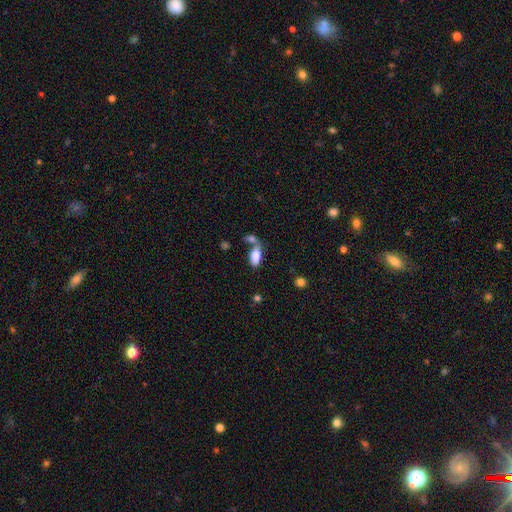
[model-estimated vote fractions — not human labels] A smooth galaxy with no disk features (81%) that is in between round and cigar-shaped (90%).

Vote fractions:
- Smooth or featured? smooth: 81% / featured or disk: 11% / star or artifact: 8%
- How rounded? in between: 90% / cigar-shaped: 7% / round: 3%
- Merging? none: 41% / merger: 39% / minor disturbance: 13% / major disturbance: 7%